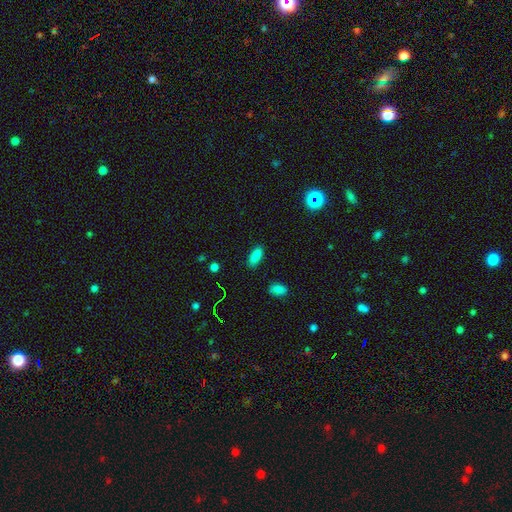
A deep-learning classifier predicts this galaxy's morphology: This appears to be a smooth galaxy with no disk features (84%) that is in between round and cigar-shaped (76%). Merging: none (86%).